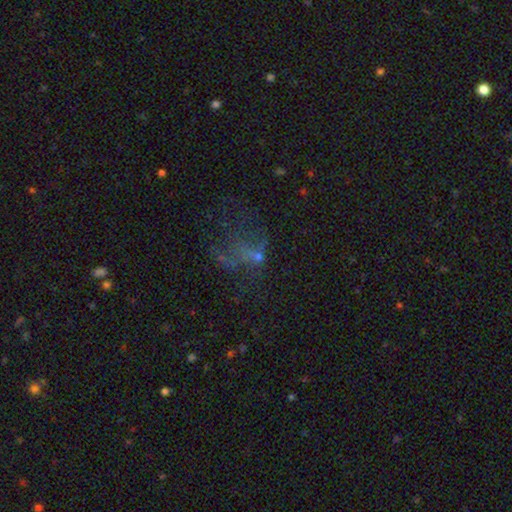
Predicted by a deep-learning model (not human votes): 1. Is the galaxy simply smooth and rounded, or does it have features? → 38% featured or disk, 34% star or artifact, 28% smooth.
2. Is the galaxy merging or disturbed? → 42% major disturbance, 37% none, 13% minor disturbance, 8% merger.